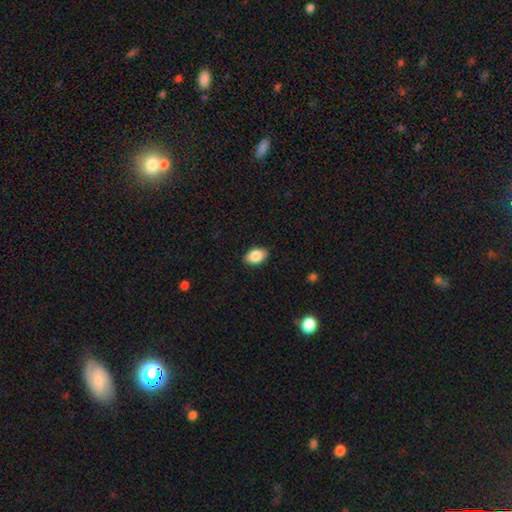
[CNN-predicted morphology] The model was most divided on "how rounded": in between: 89%, round: 10%, cigar-shaped: 1%. More confident: merging — none (88%); smooth or featured — smooth (87%).